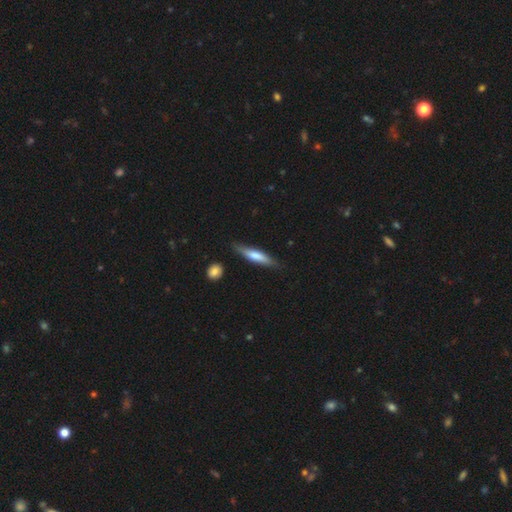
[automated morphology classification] smooth-or-featured: smooth: 63% | featured or disk: 32% | star or artifact: 5%
  how-rounded: cigar-shaped: 83% | in between: 15% | round: 2%
  merging: none: 81% | minor disturbance: 14% | major disturbance: 3% | merger: 2%